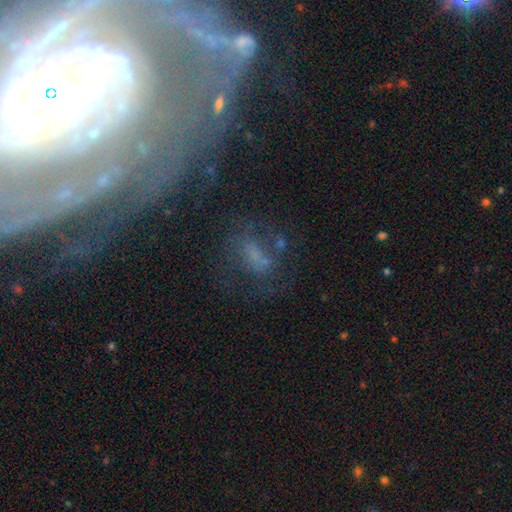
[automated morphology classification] A featured or disk galaxy (41%). Merging: none (49%).